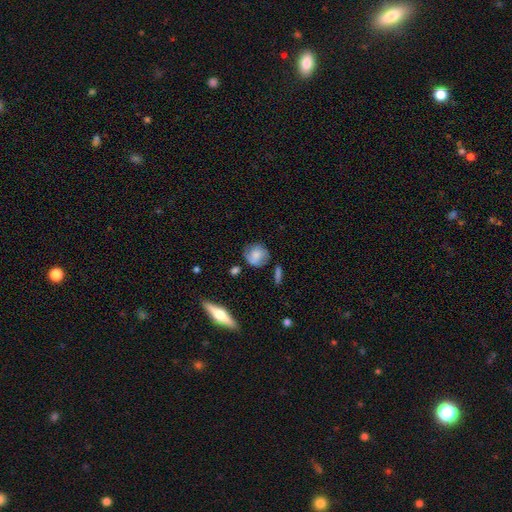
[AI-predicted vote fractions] smooth 60%, featured or disk 32%, star or artifact 8%. Down the decision tree: how rounded — round (78%); merging — none (65%).